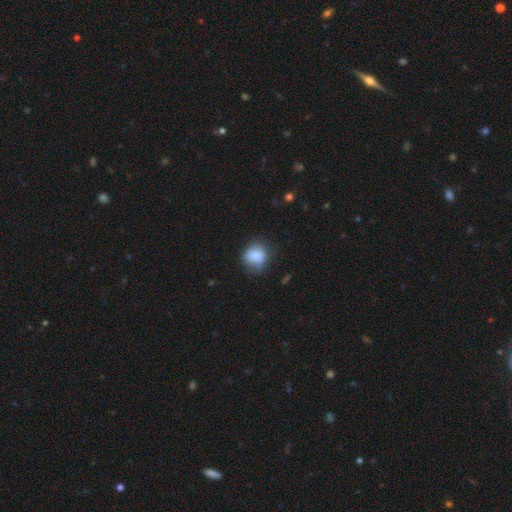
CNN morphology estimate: Smooth or featured? smooth (84%)
How rounded? round (68%)
Merging? none (63%)